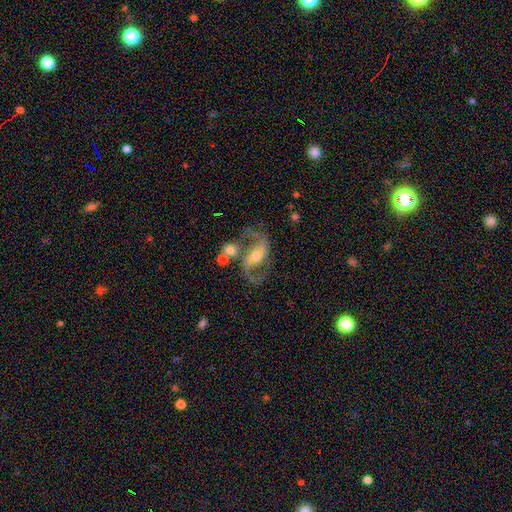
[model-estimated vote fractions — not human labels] A featured or disk galaxy (89%) with a strong bar (41%), 2 (93%) medium (47%) spiral arms (97%) and a moderate central bulge (53%).

Vote fractions:
- Smooth or featured? featured or disk: 89% / star or artifact: 6% / smooth: 5%
- Edge-on disk? no: 97% / yes: 3%
- Bar? strong: 41% / weak: 37% / no: 21%
- Spiral arms? yes: 97% / no: 3%
- Spiral winding? medium: 47% / loose: 44% / tight: 9%
- Spiral arm count? 2: 93% / can't tell: 2% / 1: 2% / 3: 1% / 4: 1% / more than 4: 1%
- Bulge size? moderate: 53% / small: 39% / large: 5% / none: 2% / dominant: 1%
- Merging? none: 64% / minor disturbance: 14% / merger: 12% / major disturbance: 10%